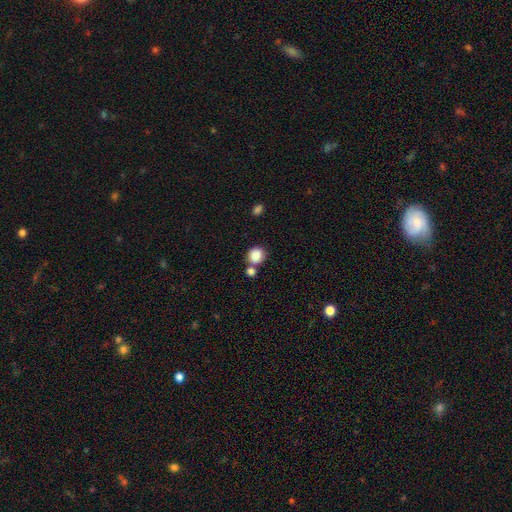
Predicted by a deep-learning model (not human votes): smooth-or-featured: smooth: 86% | star or artifact: 9% | featured or disk: 5%
  how-rounded: round: 84% | in between: 15% | cigar-shaped: 1%
  merging: none: 59% | merger: 28% | minor disturbance: 10% | major disturbance: 4%